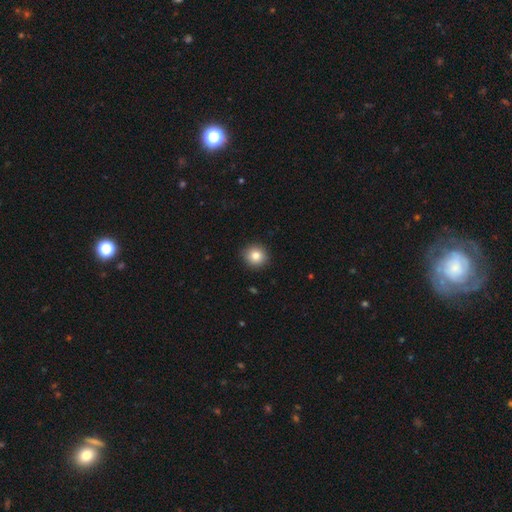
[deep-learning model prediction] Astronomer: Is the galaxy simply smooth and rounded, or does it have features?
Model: smooth — 82%.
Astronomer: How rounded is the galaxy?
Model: round — 90%.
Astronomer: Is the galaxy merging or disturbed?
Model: none — 90%.